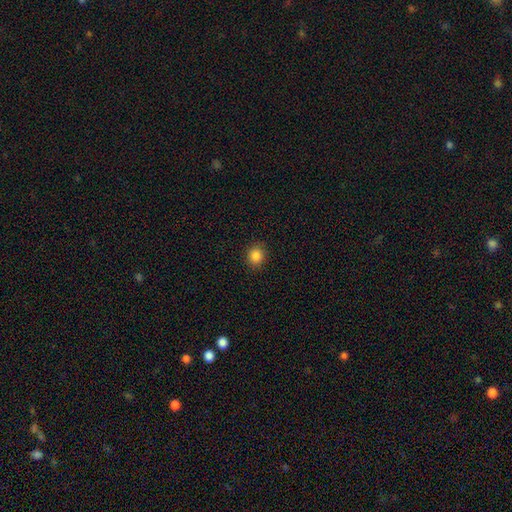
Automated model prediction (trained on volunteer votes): Smooth or featured? smooth (86%)
How rounded? round (80%)
Merging? none (89%)